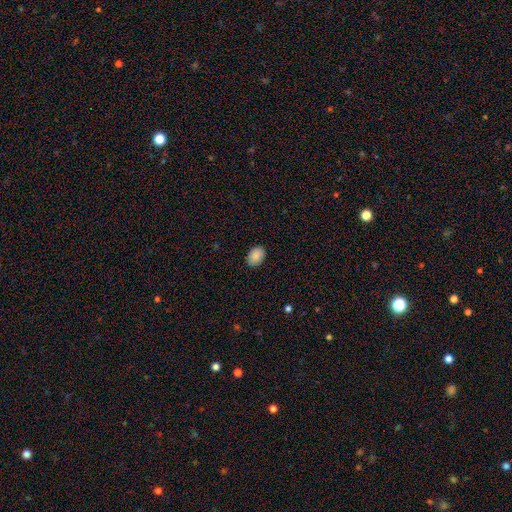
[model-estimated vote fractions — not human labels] Q: Smooth or featured?
A: smooth (88%); runner-up: star or artifact (7%)
Q: How rounded?
A: in between (80%); runner-up: round (19%)
Q: Merging?
A: none (89%); runner-up: minor disturbance (8%)